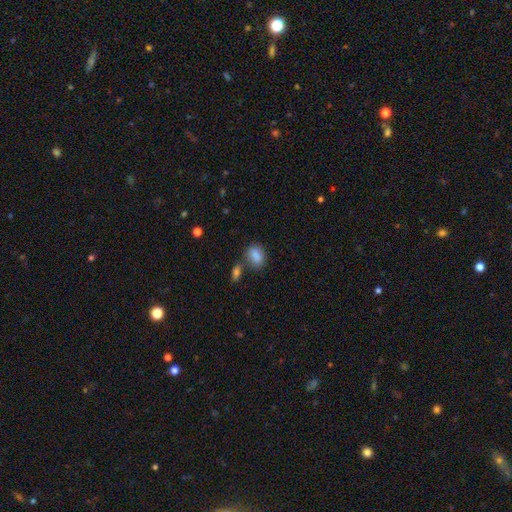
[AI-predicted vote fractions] A smooth galaxy with no disk features (86%) that is in between round and cigar-shaped (74%).

Vote fractions:
- Smooth or featured? smooth: 86% / star or artifact: 9% / featured or disk: 5%
- How rounded? in between: 74% / round: 24% / cigar-shaped: 2%
- Merging? none: 63% / merger: 16% / minor disturbance: 16% / major disturbance: 5%